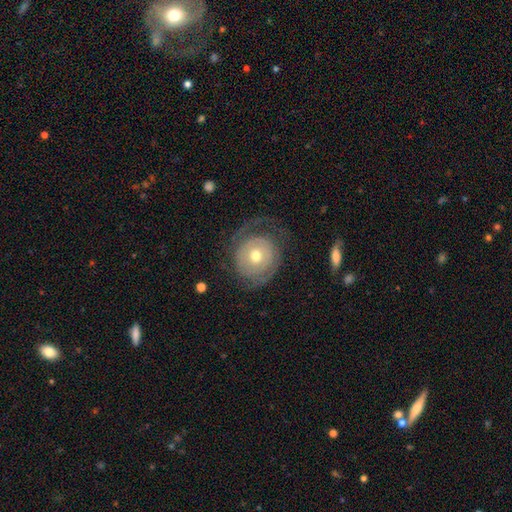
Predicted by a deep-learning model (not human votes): Overall: featured or disk (63%; smooth 30%). Edge-on disk: no (96%). Bar: no (78%). Spiral arms: yes (71%). Bulge size: moderate (64%; small 29%). Merging: none (58%; major disturbance 23%).